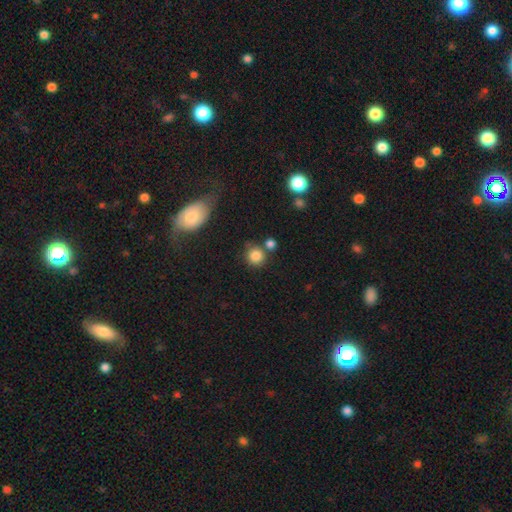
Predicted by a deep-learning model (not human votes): This is clearly a smooth galaxy (83%). How rounded: clearly round (88%). Merging: likely none (67%).